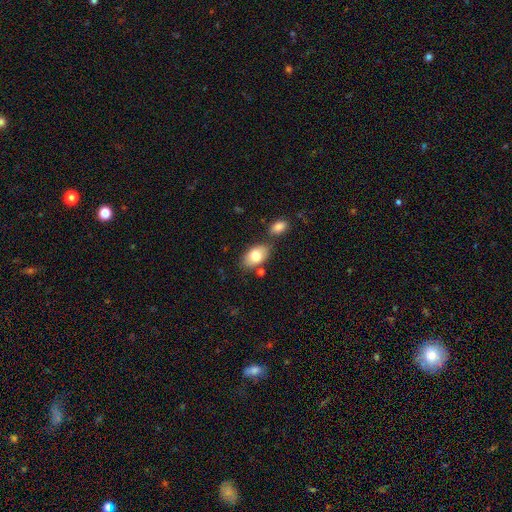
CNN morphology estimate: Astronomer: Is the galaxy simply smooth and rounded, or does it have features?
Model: smooth — 80%.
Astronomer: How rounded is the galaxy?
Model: in between — 92%.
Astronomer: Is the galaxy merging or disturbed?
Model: none — 69%.